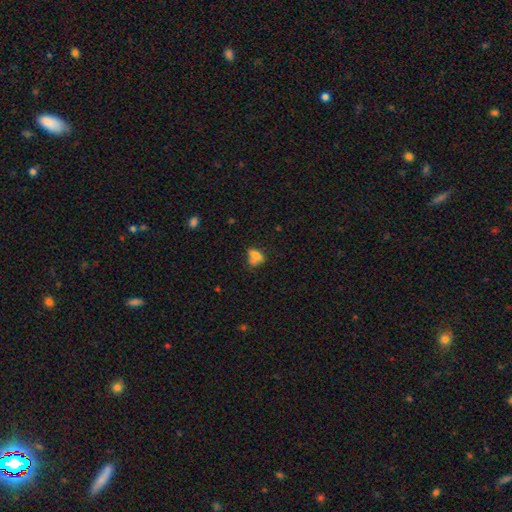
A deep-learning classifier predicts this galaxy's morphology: smooth 71%, featured or disk 16%, star or artifact 13%. Down the decision tree: how rounded — in between (75%); merging — none (38%).